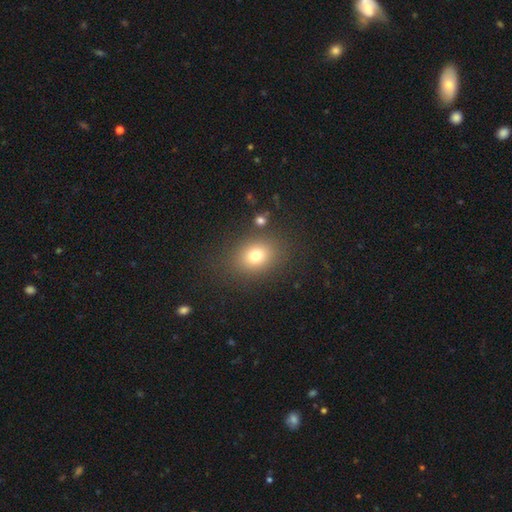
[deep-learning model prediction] smooth_or_featured: smooth (p=0.76) [alt: star or artifact p=0.14]
how_rounded: in between (p=0.52) [alt: round p=0.46]
merging: none (p=0.82) [alt: minor disturbance p=0.10]